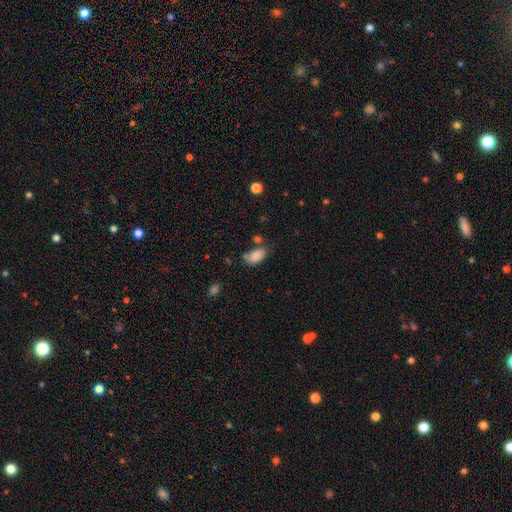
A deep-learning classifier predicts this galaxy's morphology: smooth 87%, star or artifact 8%, featured or disk 5%. Down the decision tree: how rounded — in between (93%); merging — none (64%).